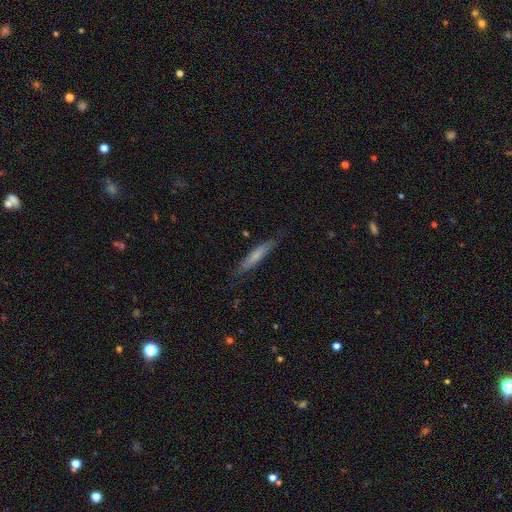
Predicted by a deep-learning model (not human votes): Overall: smooth (62%; featured or disk 32%). How rounded: cigar-shaped (91%). Merging: none (79%).